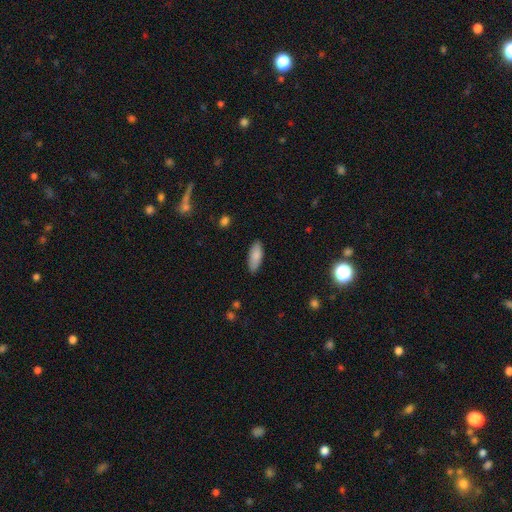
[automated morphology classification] This is clearly a smooth galaxy (86%). How rounded: likely in between (75%). Merging: clearly none (85%).